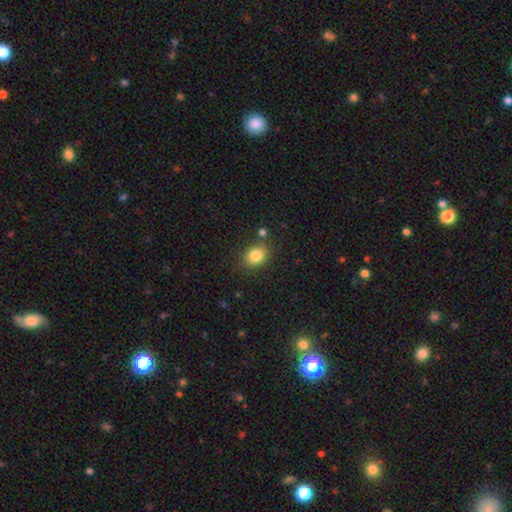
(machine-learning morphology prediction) smooth_or_featured: smooth (p=0.84) [alt: star or artifact p=0.10]
how_rounded: in between (p=0.55) [alt: round p=0.44]
merging: none (p=0.79) [alt: minor disturbance p=0.12]